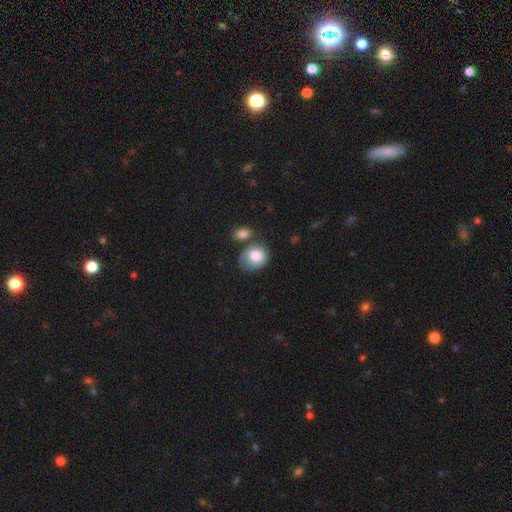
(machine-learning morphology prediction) A smooth galaxy with no disk features (78%) that is in between round and cigar-shaped (50%). Merging: none (43%).